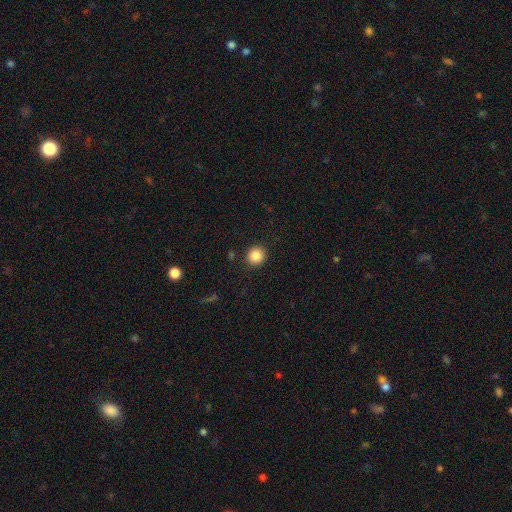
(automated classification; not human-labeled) The model was most divided on "smooth or featured": smooth: 85%, star or artifact: 10%, featured or disk: 5%. More confident: how rounded — round (93%); merging — none (91%).